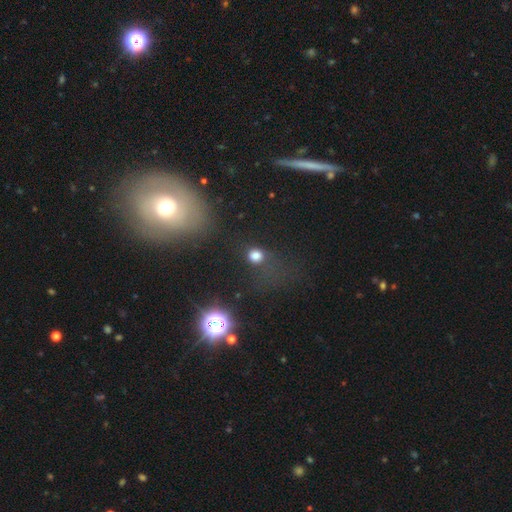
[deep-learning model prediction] smooth_or_featured: smooth (p=0.73) [alt: star or artifact p=0.19]
how_rounded: round (p=0.75) [alt: in between p=0.23]
merging: none (p=0.59) [alt: major disturbance p=0.18]